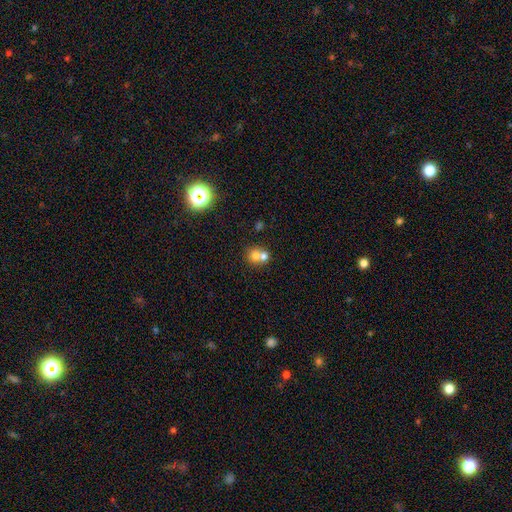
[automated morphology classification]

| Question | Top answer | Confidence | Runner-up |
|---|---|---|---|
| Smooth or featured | smooth | 69% | featured or disk (17%) |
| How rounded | round | 80% | in between (19%) |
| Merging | merger | 60% | none (33%) |